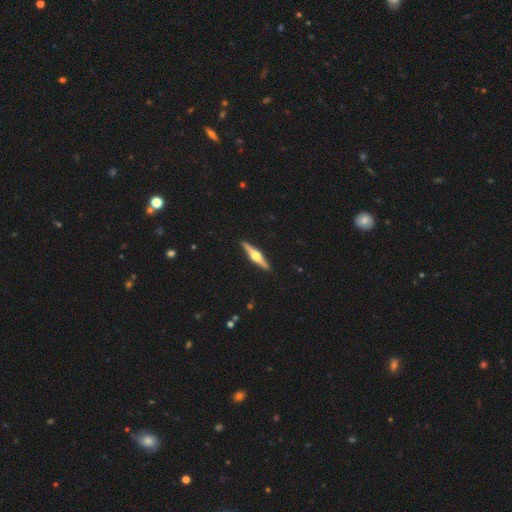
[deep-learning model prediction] The model was most divided on "smooth or featured": featured or disk: 78%, smooth: 17%, star or artifact: 5%. More confident: edge-on disk — yes (98%); edge-on bulge — rounded (95%); merging — none (92%).